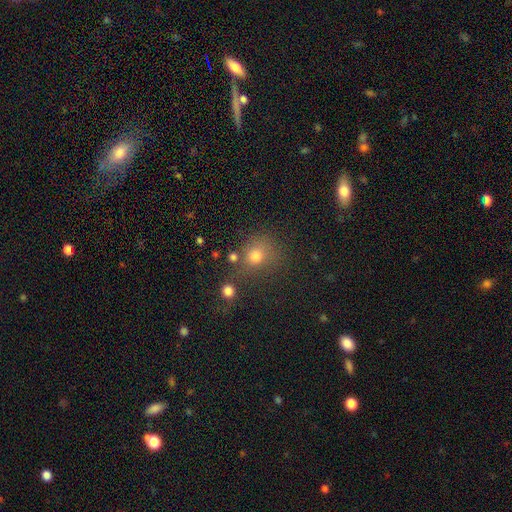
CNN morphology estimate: Smooth or featured? smooth (72%)
How rounded? round (80%)
Merging? none (60%)